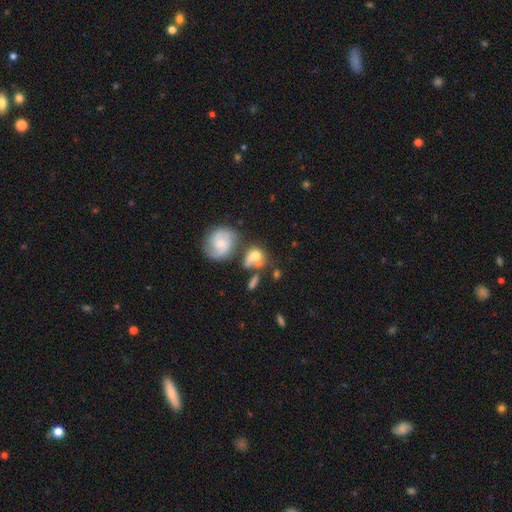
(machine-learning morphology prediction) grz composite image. It shows a smooth galaxy with no disk features (60%) that is round (62%). Merging: none (36%).